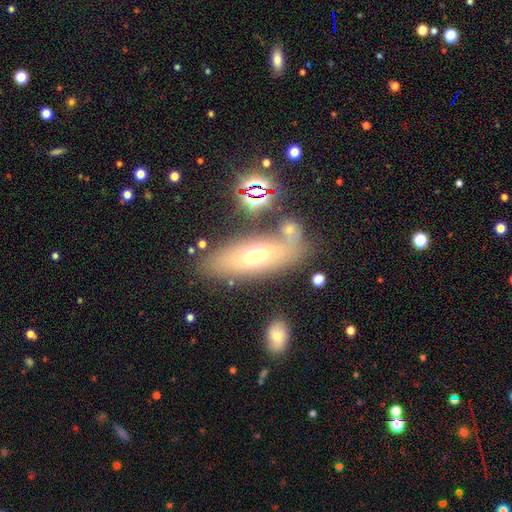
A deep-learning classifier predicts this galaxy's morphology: Smooth or featured?
  - smooth: 49% *
  - featured or disk: 36%
  - star or artifact: 15%
Merging?
  - none: 70% *
  - minor disturbance: 14%
  - merger: 10%
  - major disturbance: 6%